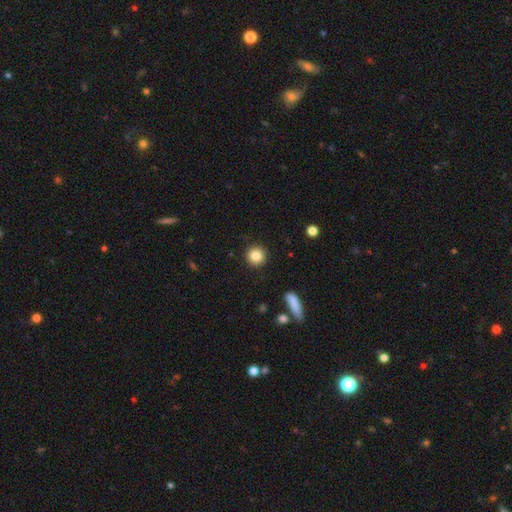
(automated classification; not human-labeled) Morphology: type=smooth (85%); roundness=round (94%); merging=none (92%).